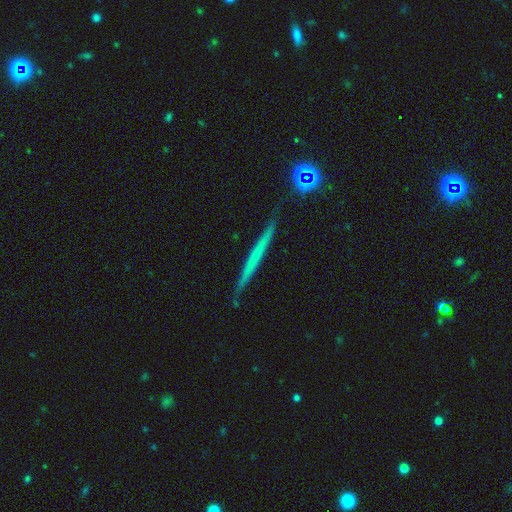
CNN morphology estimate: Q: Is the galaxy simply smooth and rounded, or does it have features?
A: featured or disk — 52%.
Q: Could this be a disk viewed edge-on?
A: yes — 96%.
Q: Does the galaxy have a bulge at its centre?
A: none — 86%.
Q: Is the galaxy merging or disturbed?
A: none — 88%.